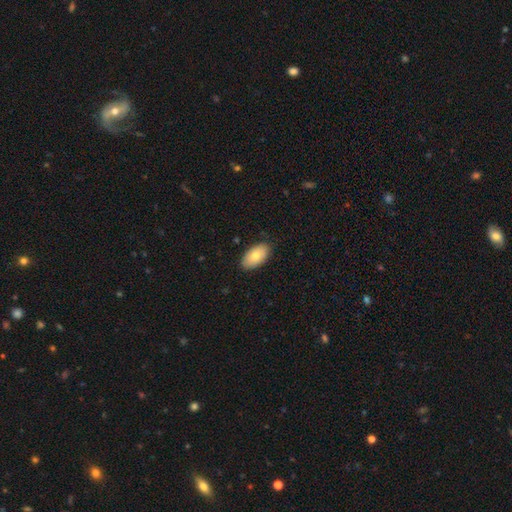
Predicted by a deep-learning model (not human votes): Q: Smooth or featured?
A: smooth (76%); runner-up: featured or disk (18%)
Q: How rounded?
A: in between (95%); runner-up: round (4%)
Q: Merging?
A: none (86%); runner-up: minor disturbance (11%)